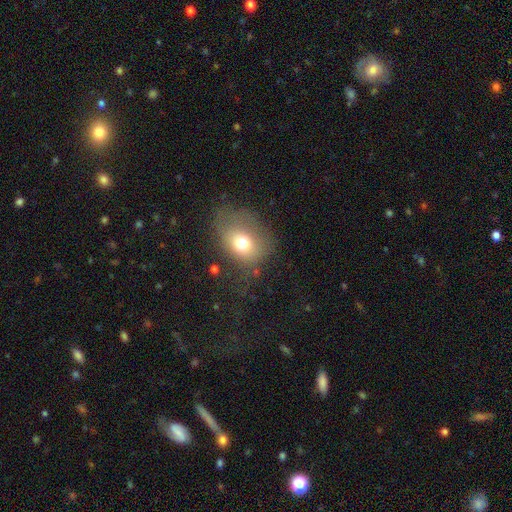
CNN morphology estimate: smooth 56%, featured or disk 23%, star or artifact 21%. Down the decision tree: how rounded — in between (55%); merging — none (57%).